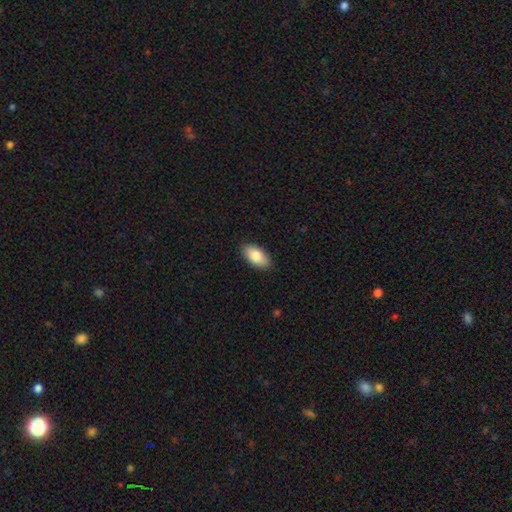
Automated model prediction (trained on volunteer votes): Q: Smooth or featured?
A: smooth (82%); runner-up: featured or disk (11%)
Q: How rounded?
A: in between (93%); runner-up: cigar-shaped (4%)
Q: Merging?
A: none (88%); runner-up: minor disturbance (9%)